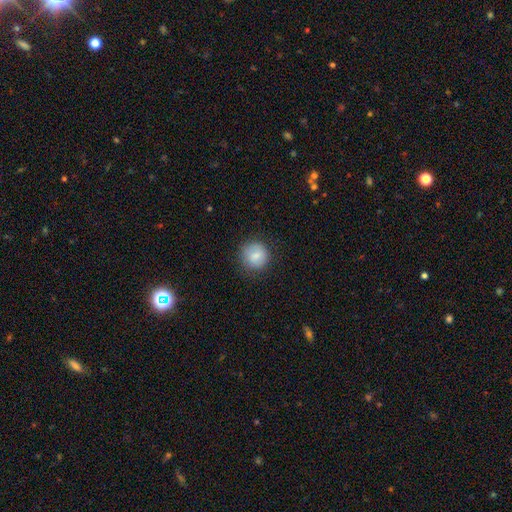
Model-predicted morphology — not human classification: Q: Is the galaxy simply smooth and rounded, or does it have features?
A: smooth — 84%.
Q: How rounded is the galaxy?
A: round — 91%.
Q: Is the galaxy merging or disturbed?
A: none — 83%.